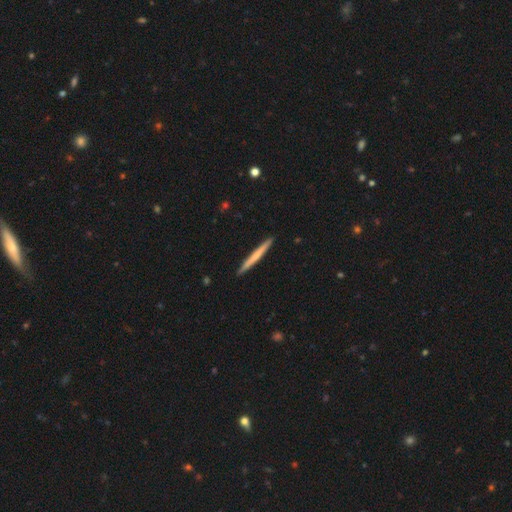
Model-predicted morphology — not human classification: Smooth or featured? smooth (56%)
How rounded? cigar-shaped (97%)
Merging? none (92%)